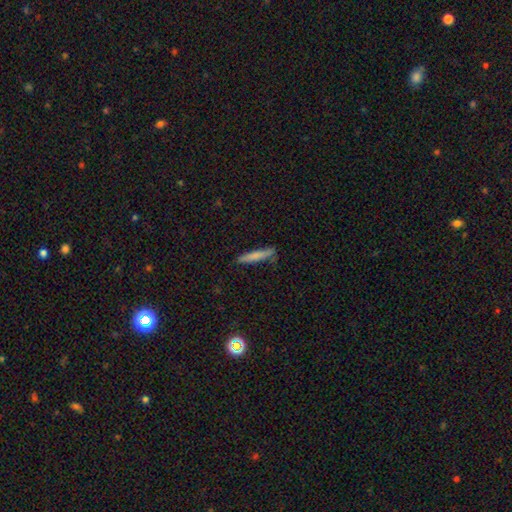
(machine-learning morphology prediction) This appears to be a smooth galaxy with no disk features (74%) that is cigar-shaped (92%). Merging: none (81%).